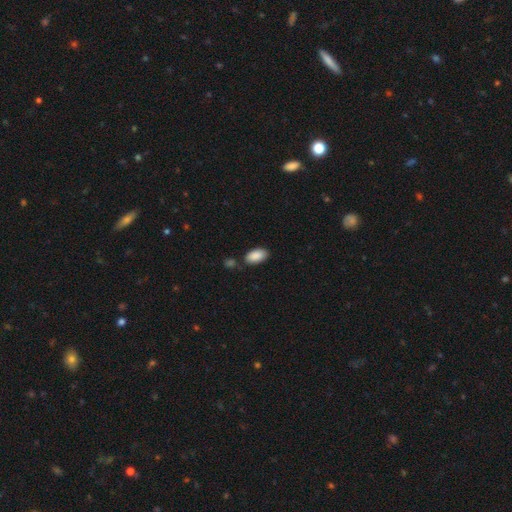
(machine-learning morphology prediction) Smooth or featured?
  - smooth: 90% *
  - star or artifact: 6%
  - featured or disk: 4%
How rounded?
  - in between: 95% *
  - cigar-shaped: 3%
  - round: 3%
Merging?
  - none: 76% *
  - minor disturbance: 13%
  - merger: 8%
  - major disturbance: 3%